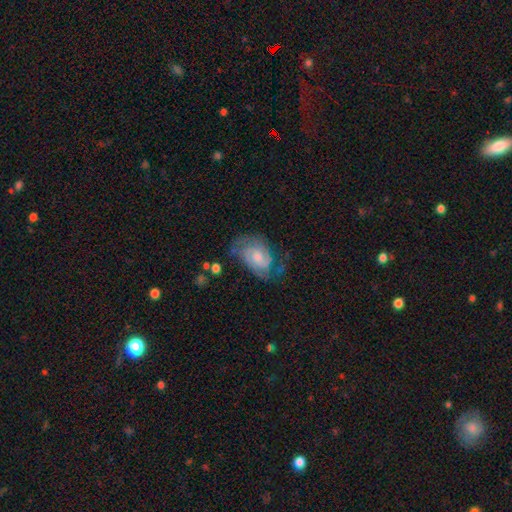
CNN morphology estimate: Overall: featured or disk (75%). Edge-on disk: no (97%). Bar: no (63%; weak 31%). Spiral arms: yes (91%). Spiral arm count: 2 (61%). Spiral winding: tight (43%; medium 41%). Bulge size: moderate (45%; small 41%). Merging: none (56%; minor disturbance 23%).